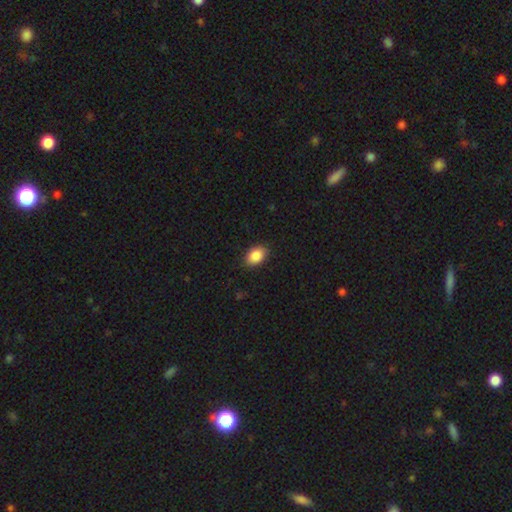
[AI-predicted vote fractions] A smooth galaxy with no disk features (88%) that is in between round and cigar-shaped (83%).

Vote fractions:
- Smooth or featured? smooth: 88% / star or artifact: 8% / featured or disk: 5%
- How rounded? in between: 83% / round: 16% / cigar-shaped: 1%
- Merging? none: 86% / minor disturbance: 10% / major disturbance: 2% / merger: 1%